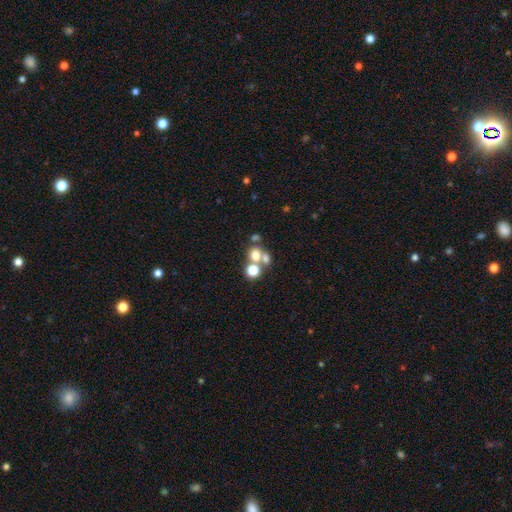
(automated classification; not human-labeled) The model was most divided on "merging": merger: 47%, none: 40%, minor disturbance: 7%, major disturbance: 5%. More confident: how rounded — round (73%); smooth or featured — smooth (66%).